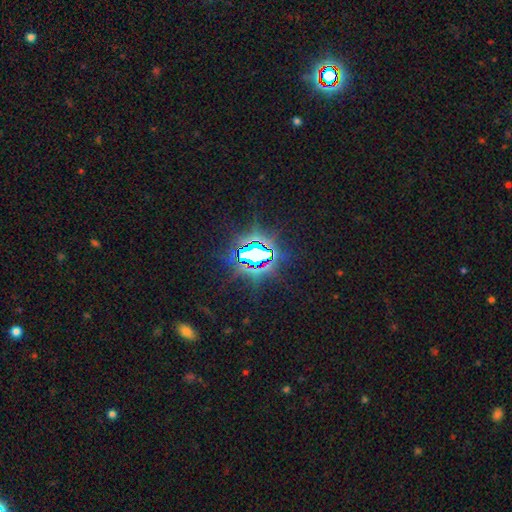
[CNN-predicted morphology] Smooth or featured?
  - star or artifact: 81% *
  - featured or disk: 9%
  - smooth: 9%